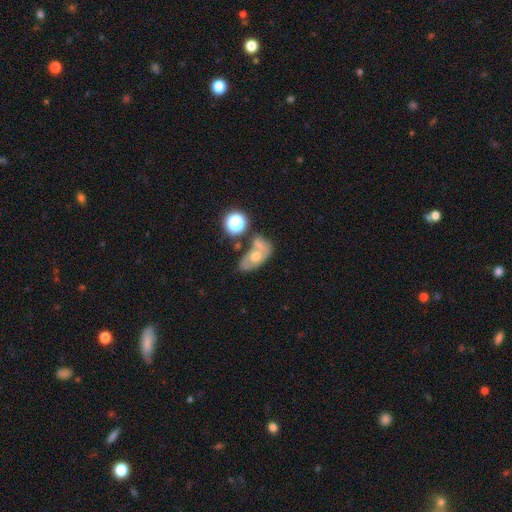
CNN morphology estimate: This is possibly a smooth galaxy (47%). Merging: marginally none (39%).